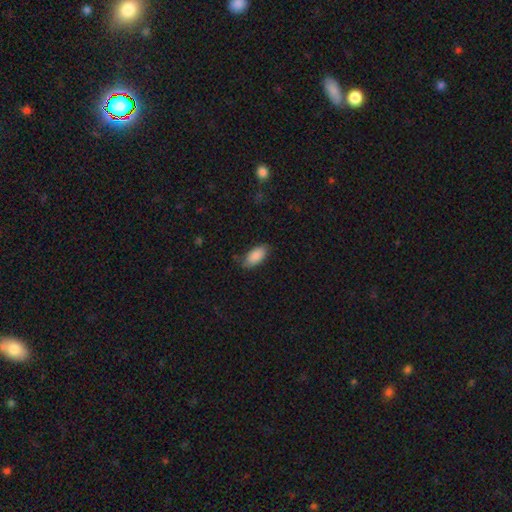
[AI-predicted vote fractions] smooth-or-featured: smooth: 88% | star or artifact: 6% | featured or disk: 6%
  how-rounded: in between: 91% | cigar-shaped: 7% | round: 2%
  merging: none: 75% | minor disturbance: 20% | major disturbance: 4% | merger: 1%